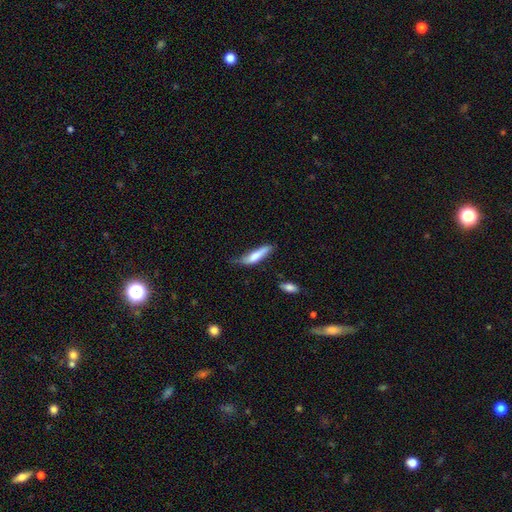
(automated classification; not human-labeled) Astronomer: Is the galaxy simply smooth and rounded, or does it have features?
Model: smooth — 76%.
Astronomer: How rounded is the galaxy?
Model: cigar-shaped — 71%.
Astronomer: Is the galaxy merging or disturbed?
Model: none — 45% (runner-up: minor disturbance, 39%).